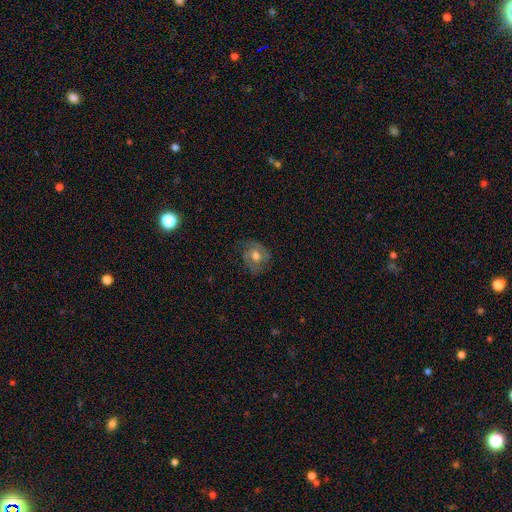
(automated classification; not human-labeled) Smooth or featured? featured or disk (56%)
Edge-on disk? no (96%)
Bar? no (66%)
Spiral arms? yes (75%)
Bulge size? moderate (72%)
Merging? none (66%)